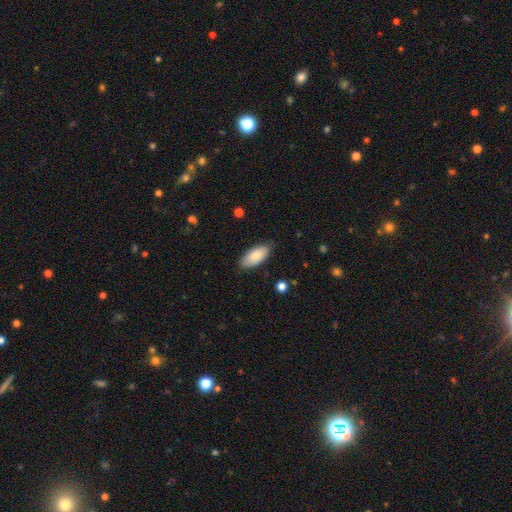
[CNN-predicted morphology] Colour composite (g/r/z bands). It shows a smooth galaxy with no disk features (81%) that is in between round and cigar-shaped (91%). Merging: none (82%).